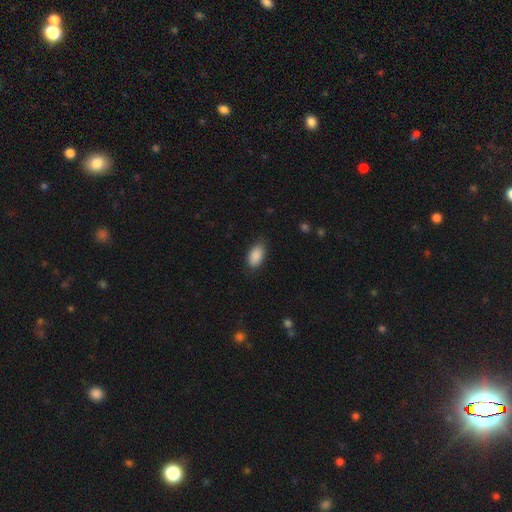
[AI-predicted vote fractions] smooth-or-featured: smooth: 90% | star or artifact: 7% | featured or disk: 4%
  how-rounded: in between: 94% | round: 4% | cigar-shaped: 2%
  merging: none: 81% | minor disturbance: 15% | major disturbance: 3% | merger: 1%